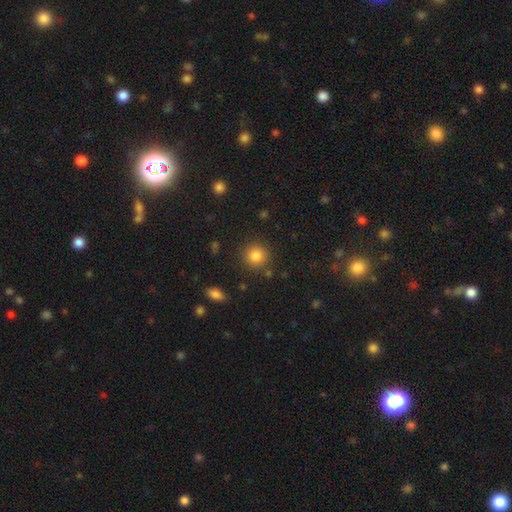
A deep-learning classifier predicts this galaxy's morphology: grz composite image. It shows a smooth galaxy with no disk features (84%) that is round (92%). Merging: none (86%).